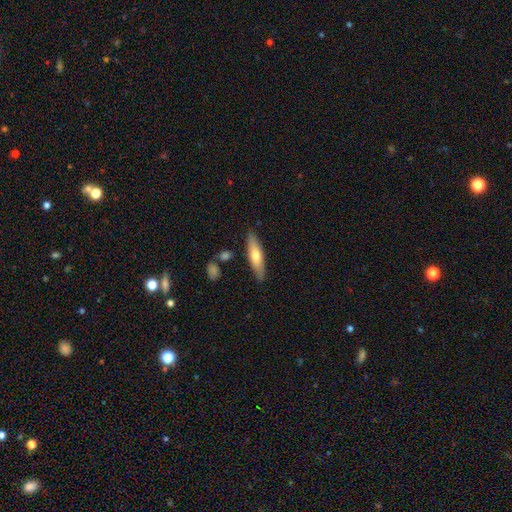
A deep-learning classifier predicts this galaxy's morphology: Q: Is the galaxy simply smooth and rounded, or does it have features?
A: smooth — 59%.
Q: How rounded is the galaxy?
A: cigar-shaped — 72%.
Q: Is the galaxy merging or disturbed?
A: none — 84%.